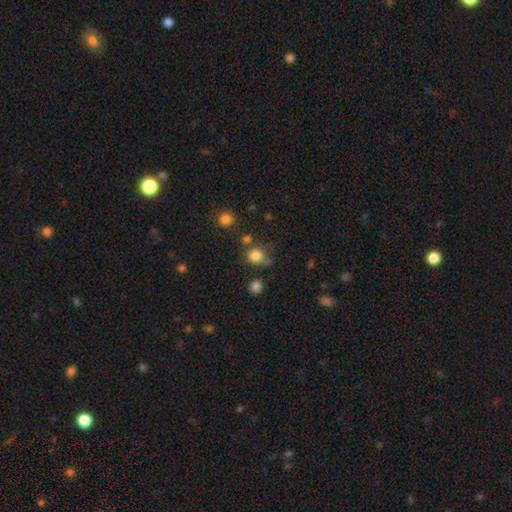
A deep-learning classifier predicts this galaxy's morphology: A smooth galaxy with no disk features (82%) that is round (80%).

Vote fractions:
- Smooth or featured? smooth: 82% / star or artifact: 12% / featured or disk: 6%
- How rounded? round: 80% / in between: 19% / cigar-shaped: 1%
- Merging? none: 60% / minor disturbance: 21% / merger: 10% / major disturbance: 9%